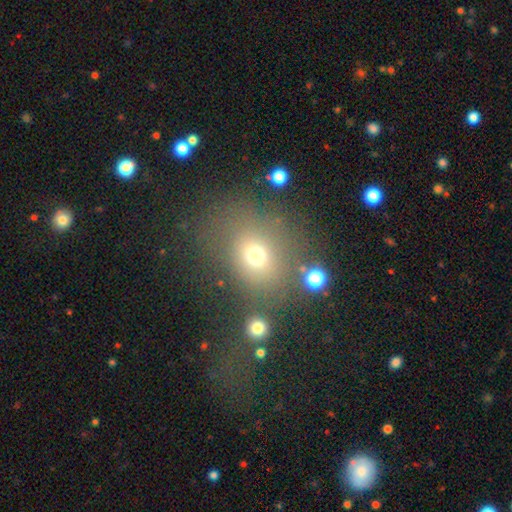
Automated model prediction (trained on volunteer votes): This appears to be a smooth galaxy with no disk features (69%) that is round (56%). Merging: none (66%).